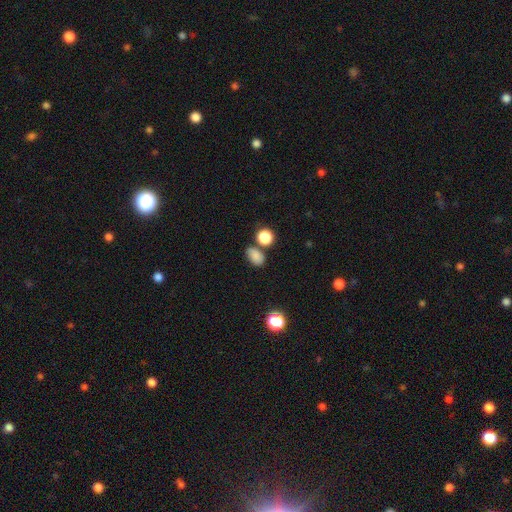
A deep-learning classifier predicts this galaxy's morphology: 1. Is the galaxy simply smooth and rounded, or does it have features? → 82% smooth, 12% star or artifact, 6% featured or disk.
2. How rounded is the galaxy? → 77% in between, 22% round, 2% cigar-shaped.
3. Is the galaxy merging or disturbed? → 65% none, 15% minor disturbance, 15% merger, 5% major disturbance.